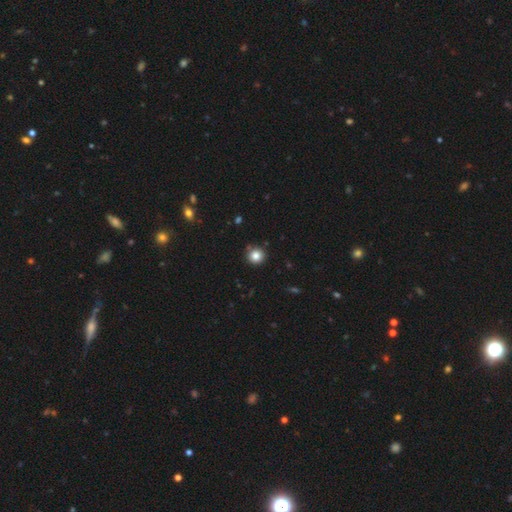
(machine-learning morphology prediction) This appears to be a smooth galaxy with no disk features (83%) that is round (94%). Merging: none (87%).